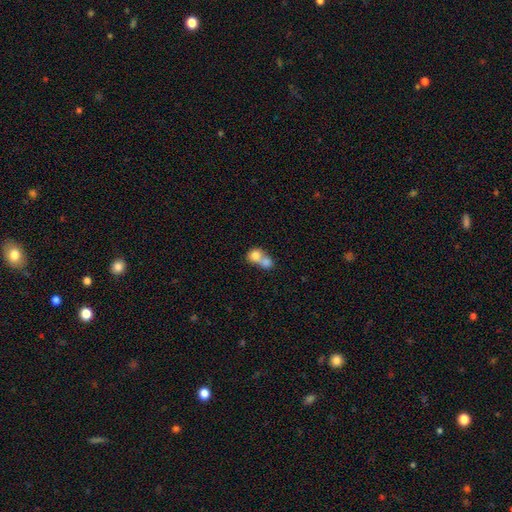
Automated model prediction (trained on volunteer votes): A smooth galaxy with no disk features (75%) that is round (70%). Merging: merger (74%).